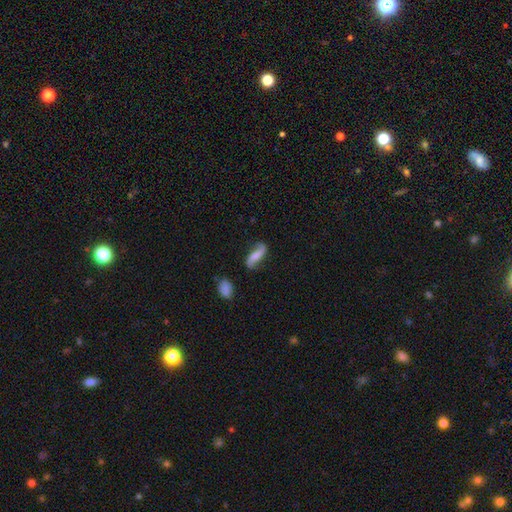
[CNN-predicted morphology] type=featured or disk (66%); edge-on=no (90%); bar=no (42%); spiral arms=yes (93%); winding=loose (81%); arm count=2 (92%); bulge=moderate (34%); merging=none (73%).